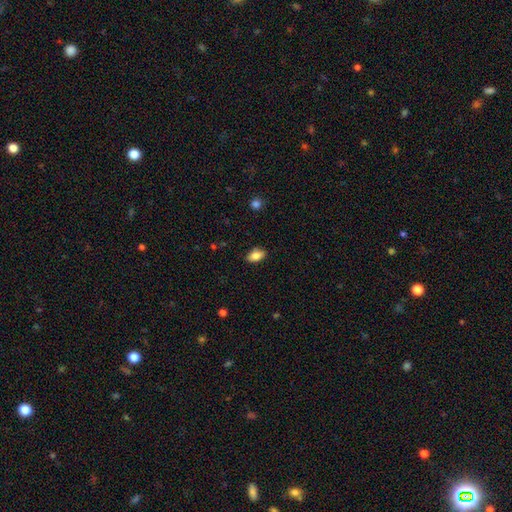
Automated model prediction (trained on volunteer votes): This appears to be a smooth galaxy with no disk features (83%) that is in between round and cigar-shaped (90%). Merging: none (86%).